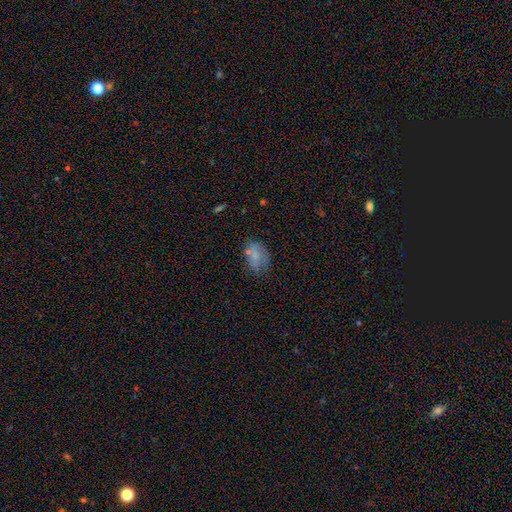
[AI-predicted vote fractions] A smooth galaxy with no disk features (67%) that is in between round and cigar-shaped (76%). Merging: none (52%).